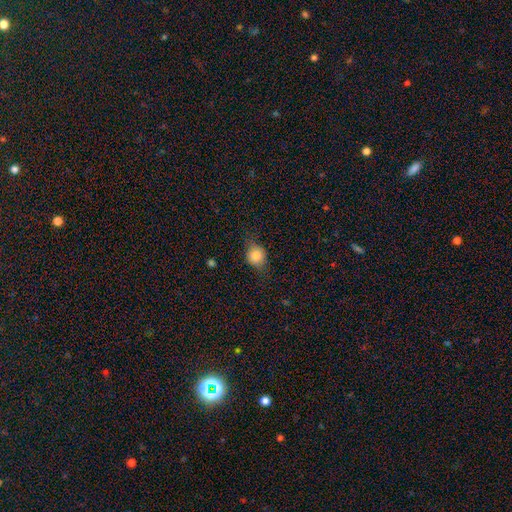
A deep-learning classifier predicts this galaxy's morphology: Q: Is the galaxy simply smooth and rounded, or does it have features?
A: smooth — 74%.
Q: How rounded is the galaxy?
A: round — 67%.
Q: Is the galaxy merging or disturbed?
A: none — 70%.